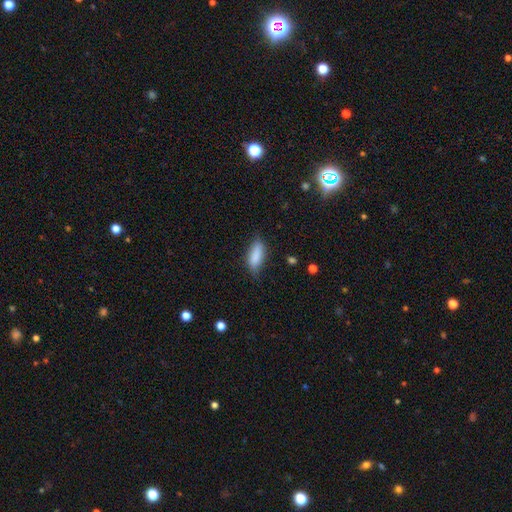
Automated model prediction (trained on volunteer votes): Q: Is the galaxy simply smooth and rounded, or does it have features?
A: smooth — 84%.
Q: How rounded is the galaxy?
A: in between — 72%.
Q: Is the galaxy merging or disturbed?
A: none — 68%.